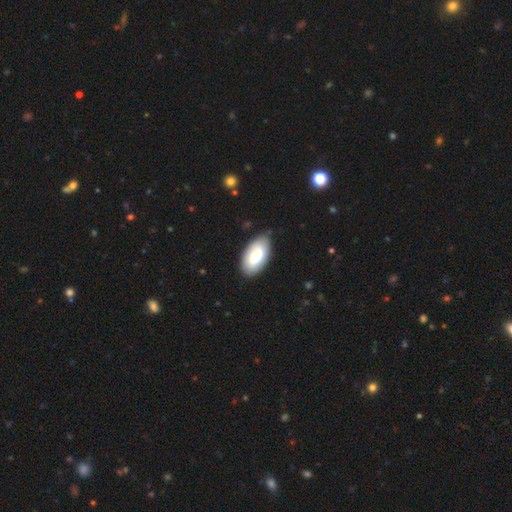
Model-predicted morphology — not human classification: Smooth or featured? Predicted: smooth (p=0.68). How rounded? Predicted: in between (p=0.95). Merging? Predicted: none (p=0.82).